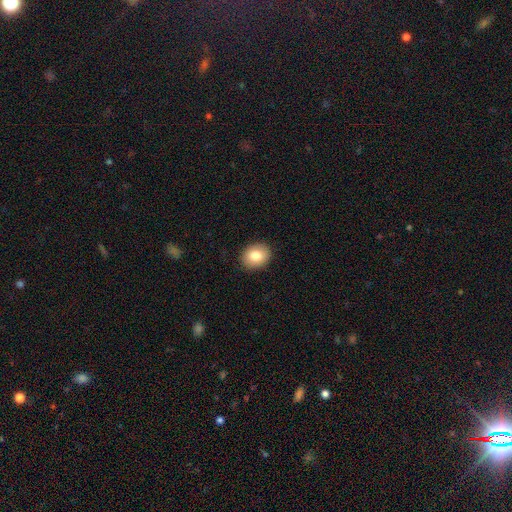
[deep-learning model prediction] smooth-or-featured: smooth: 83% | featured or disk: 9% | star or artifact: 8%
  how-rounded: in between: 53% | round: 46% | cigar-shaped: 1%
  merging: none: 90% | minor disturbance: 7% | major disturbance: 2% | merger: 1%